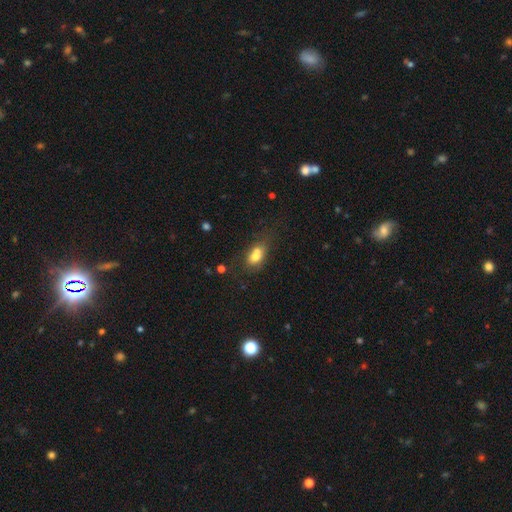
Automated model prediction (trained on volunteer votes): This appears to be a smooth galaxy with no disk features (69%) that is in between round and cigar-shaped (67%). Merging: merger (53%).